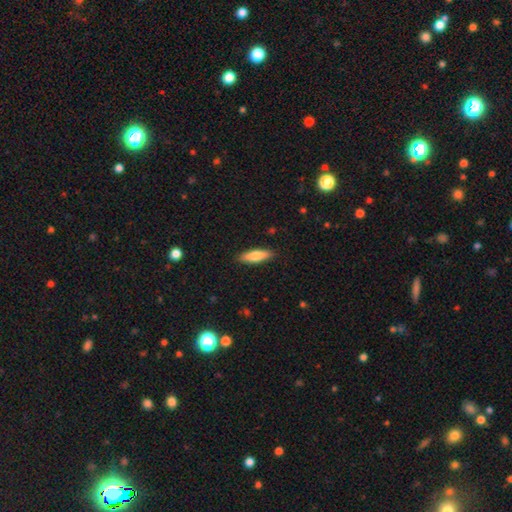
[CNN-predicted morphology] smooth_or_featured: smooth (p=0.77) [alt: featured or disk p=0.18]
how_rounded: cigar-shaped (p=0.53) [alt: in between p=0.45]
merging: none (p=0.89) [alt: minor disturbance p=0.09]